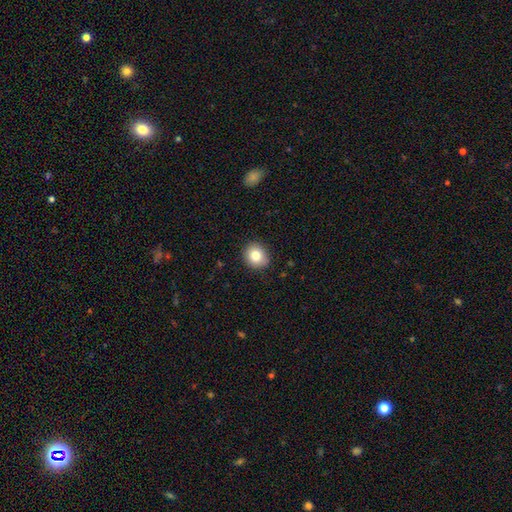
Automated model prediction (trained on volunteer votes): smooth 82%, star or artifact 9%, featured or disk 8%. Down the decision tree: how rounded — round (79%); merging — none (88%).